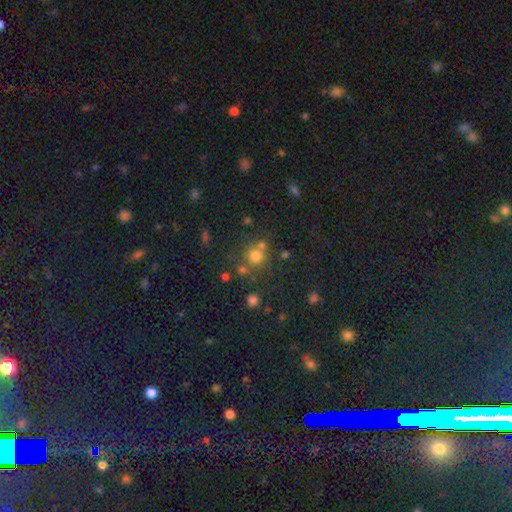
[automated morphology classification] smooth_or_featured: smooth (p=0.70) [alt: star or artifact p=0.21]
how_rounded: round (p=0.90) [alt: in between p=0.09]
merging: none (p=0.65) [alt: merger p=0.21]